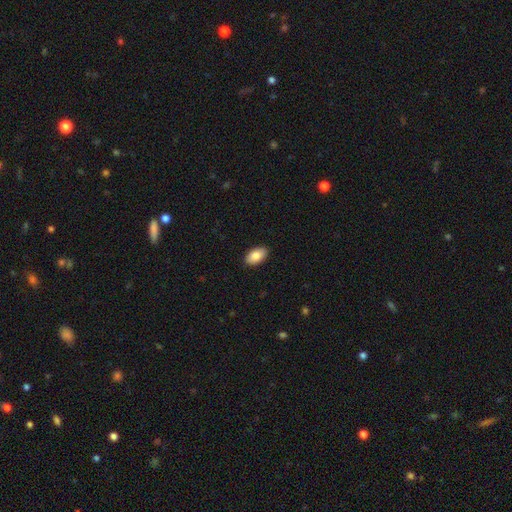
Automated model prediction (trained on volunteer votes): smooth-or-featured: smooth: 85% | featured or disk: 8% | star or artifact: 7%
  how-rounded: in between: 95% | round: 4% | cigar-shaped: 2%
  merging: none: 90% | minor disturbance: 8% | major disturbance: 2% | merger: 1%